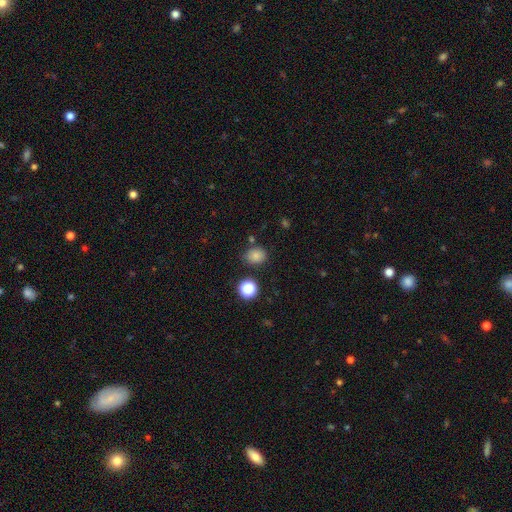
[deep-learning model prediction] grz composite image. It shows a smooth galaxy with no disk features (79%) that is round (55%). Merging: none (78%).